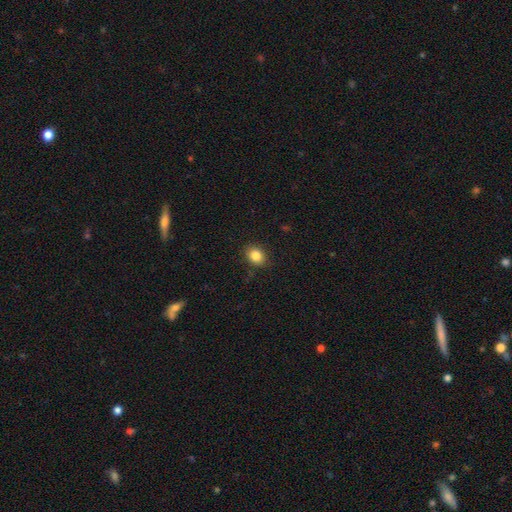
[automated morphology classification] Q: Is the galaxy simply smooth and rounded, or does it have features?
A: smooth — 85%.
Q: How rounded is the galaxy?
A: round — 52%.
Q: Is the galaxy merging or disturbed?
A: none — 86%.